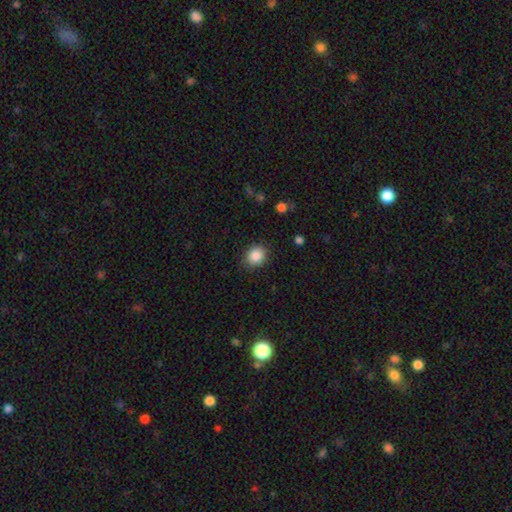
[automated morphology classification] The model was most divided on "how rounded": round: 62%, in between: 37%, cigar-shaped: 1%. More confident: smooth or featured — smooth (87%); merging — none (85%).